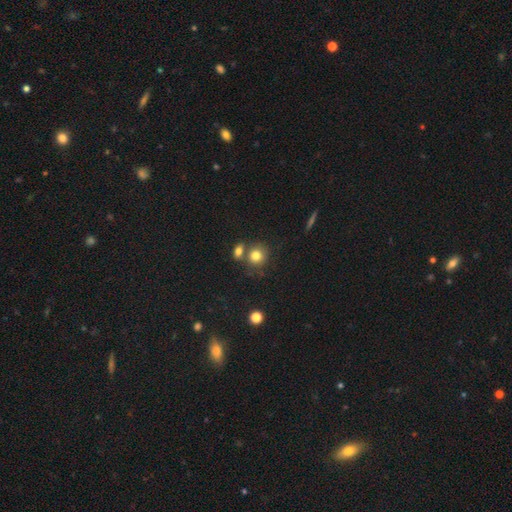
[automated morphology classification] smooth 79%, star or artifact 11%, featured or disk 9%. Down the decision tree: how rounded — round (81%); merging — none (59%).